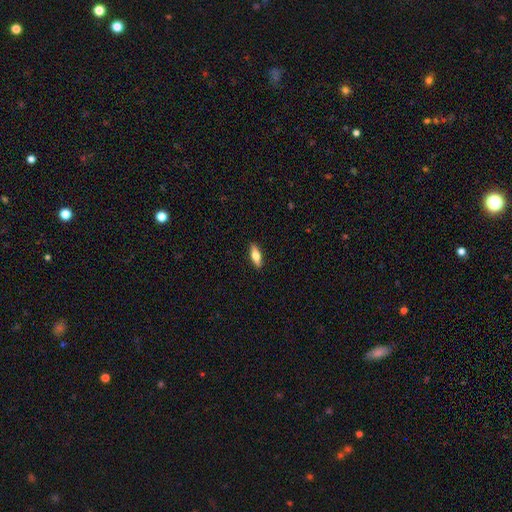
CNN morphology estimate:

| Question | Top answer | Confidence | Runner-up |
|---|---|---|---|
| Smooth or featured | smooth | 60% | featured or disk (34%) |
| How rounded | in between | 58% | cigar-shaped (39%) |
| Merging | none | 90% | minor disturbance (7%) |